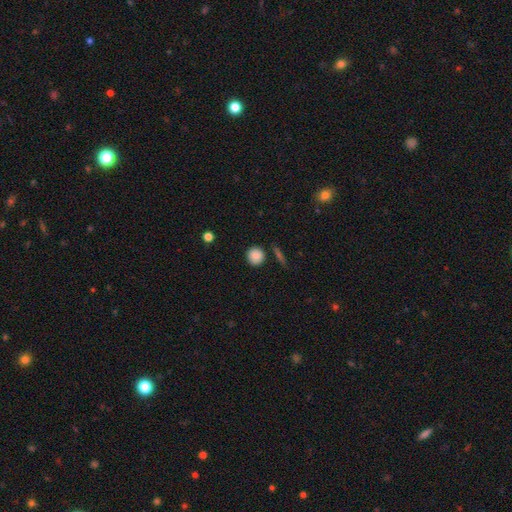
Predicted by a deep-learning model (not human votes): The model was most divided on "merging": none: 84%, minor disturbance: 10%, merger: 4%, major disturbance: 3%. More confident: how rounded — round (91%); smooth or featured — smooth (86%).